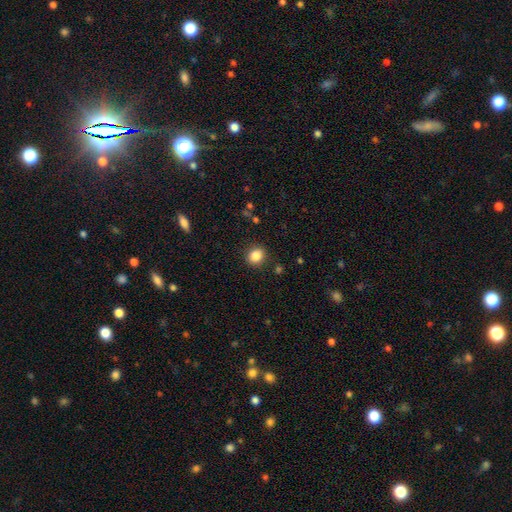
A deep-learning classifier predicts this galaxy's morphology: Overall: smooth (85%). How rounded: round (75%). Merging: none (88%).